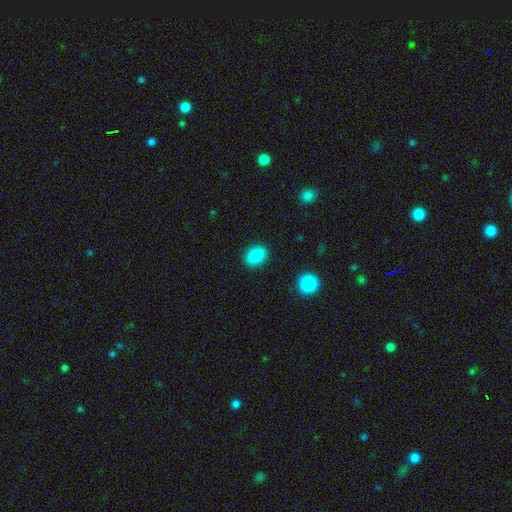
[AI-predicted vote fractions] smooth_or_featured: smooth (p=0.86) [alt: star or artifact p=0.09]
how_rounded: in between (p=0.73) [alt: round p=0.26]
merging: none (p=0.88) [alt: minor disturbance p=0.08]